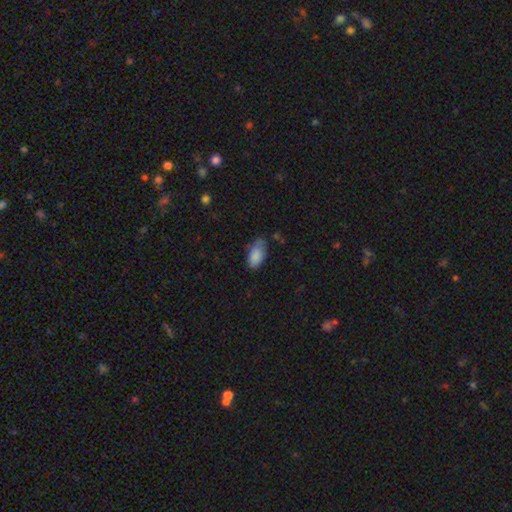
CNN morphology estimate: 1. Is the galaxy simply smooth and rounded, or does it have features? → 86% smooth, 7% star or artifact, 7% featured or disk.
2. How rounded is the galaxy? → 93% in between, 4% round, 3% cigar-shaped.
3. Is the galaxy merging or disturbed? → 56% none, 34% minor disturbance, 7% major disturbance, 3% merger.